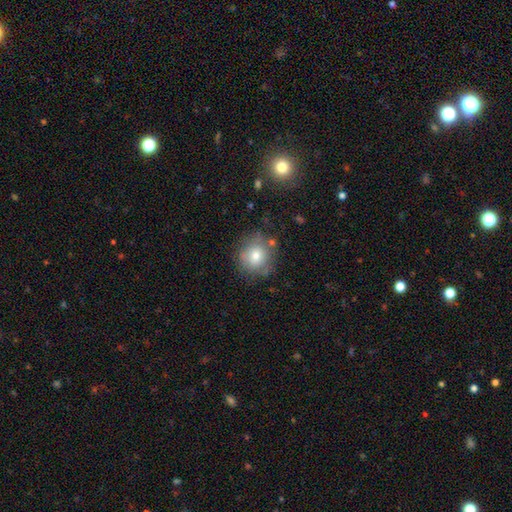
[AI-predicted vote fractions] Smooth or featured? Predicted: smooth (p=0.74). How rounded? Predicted: round (p=0.86). Merging? Predicted: none (p=0.72).